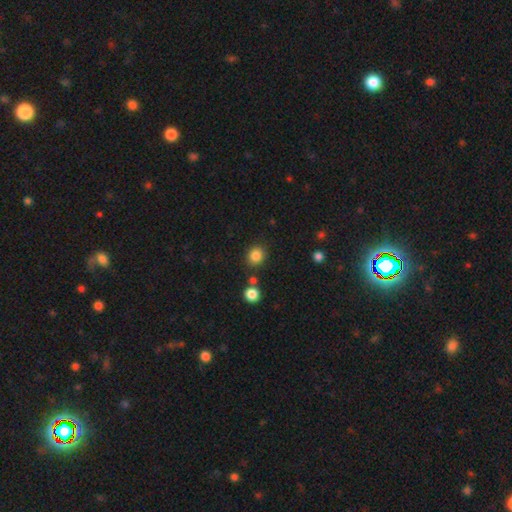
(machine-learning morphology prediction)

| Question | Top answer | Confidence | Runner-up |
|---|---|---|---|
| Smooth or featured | smooth | 84% | star or artifact (11%) |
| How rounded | round | 80% | in between (20%) |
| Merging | none | 82% | minor disturbance (8%) |